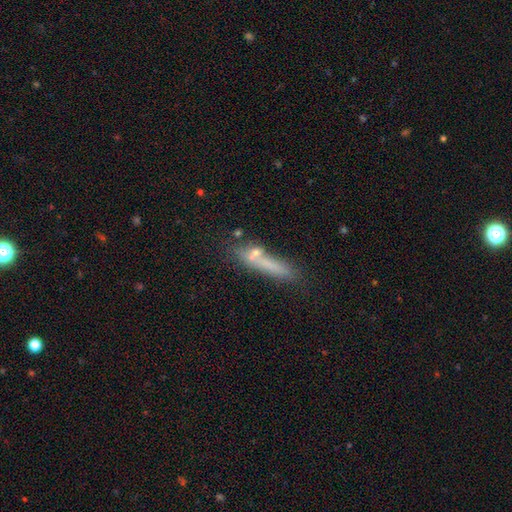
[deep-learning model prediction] A smooth galaxy with no disk features (55%) that is cigar-shaped (81%).

Vote fractions:
- Smooth or featured? smooth: 55% / featured or disk: 32% / star or artifact: 13%
- How rounded? cigar-shaped: 81% / in between: 16% / round: 3%
- Merging? none: 53% / merger: 19% / minor disturbance: 18% / major disturbance: 10%